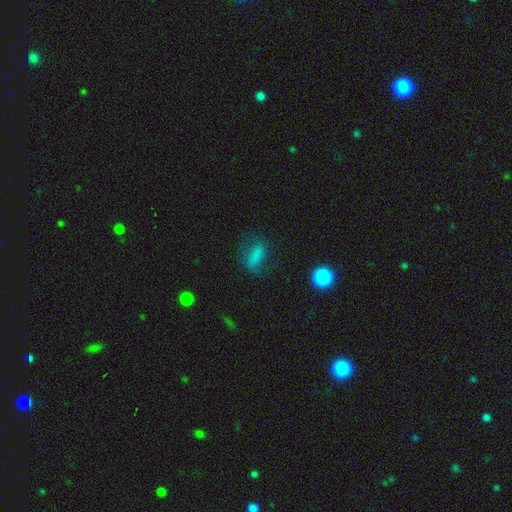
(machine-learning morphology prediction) Q: Smooth or featured?
A: smooth (66%); runner-up: featured or disk (19%)
Q: How rounded?
A: in between (69%); runner-up: cigar-shaped (20%)
Q: Merging?
A: none (54%); runner-up: minor disturbance (23%)